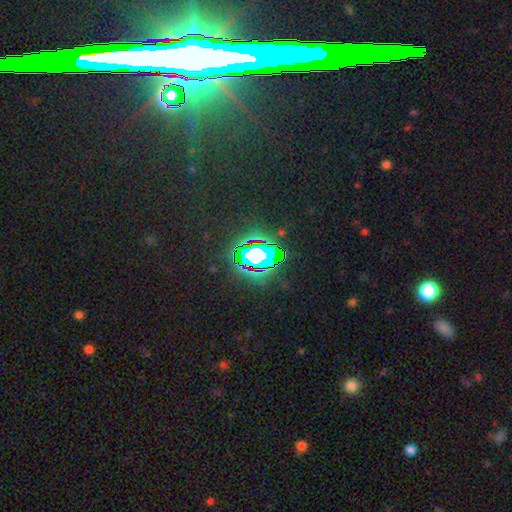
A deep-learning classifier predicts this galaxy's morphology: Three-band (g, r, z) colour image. It shows a star or artifact, not a galaxy (70%).